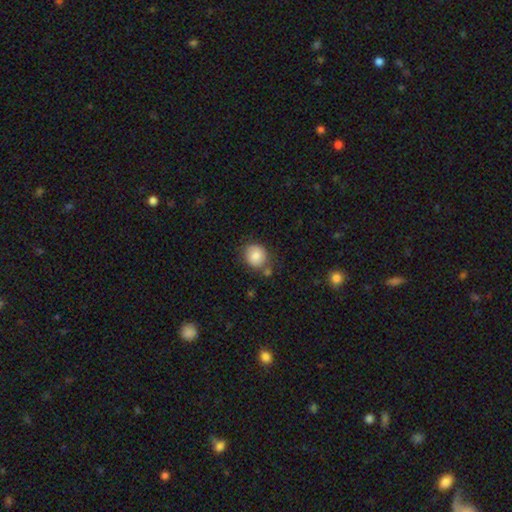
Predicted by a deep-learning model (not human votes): Q: Smooth or featured?
A: smooth (82%); runner-up: featured or disk (9%)
Q: How rounded?
A: round (81%); runner-up: in between (19%)
Q: Merging?
A: none (73%); runner-up: minor disturbance (16%)